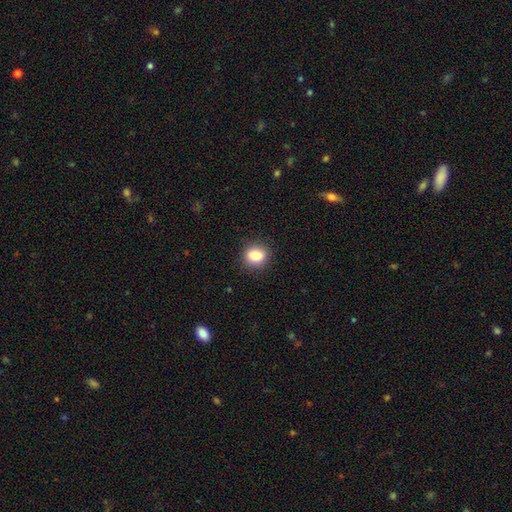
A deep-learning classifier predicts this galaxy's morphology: Smooth or featured? smooth (85%)
How rounded? round (59%)
Merging? none (88%)